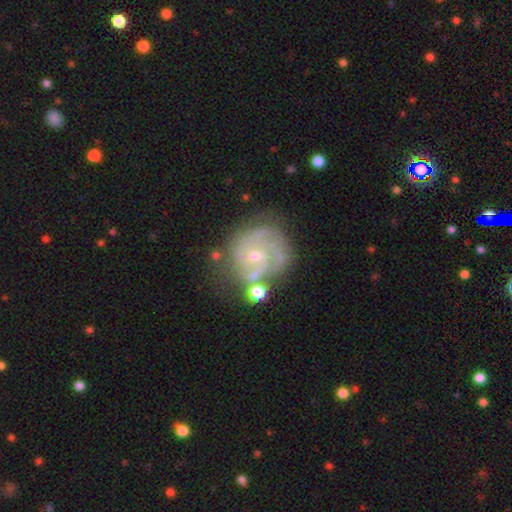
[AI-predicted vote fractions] This appears to be a featured or disk galaxy (87%) with no bar (71%), 3 (40%) tight (65%) spiral arms (97%) and a small central bulge (65%). Merging: none (63%).